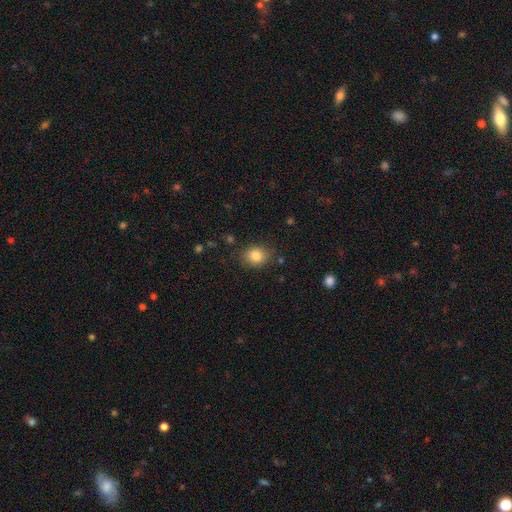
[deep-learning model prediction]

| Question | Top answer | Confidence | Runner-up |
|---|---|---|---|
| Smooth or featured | smooth | 83% | star or artifact (10%) |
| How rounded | round | 55% | in between (44%) |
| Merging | none | 82% | minor disturbance (13%) |